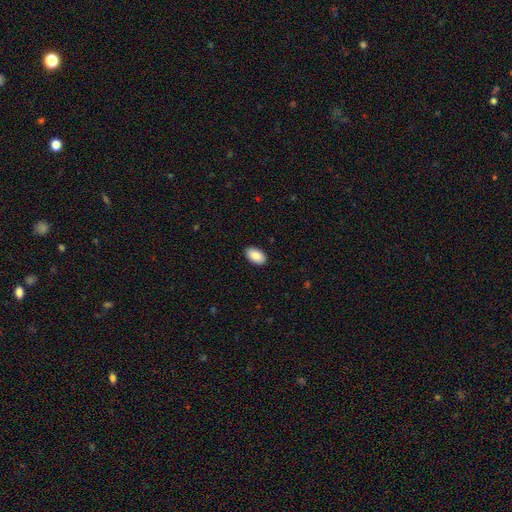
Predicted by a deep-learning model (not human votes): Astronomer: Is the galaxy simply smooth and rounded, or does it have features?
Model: smooth — 87%.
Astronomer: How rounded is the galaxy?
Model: in between — 95%.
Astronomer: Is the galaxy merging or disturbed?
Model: none — 90%.